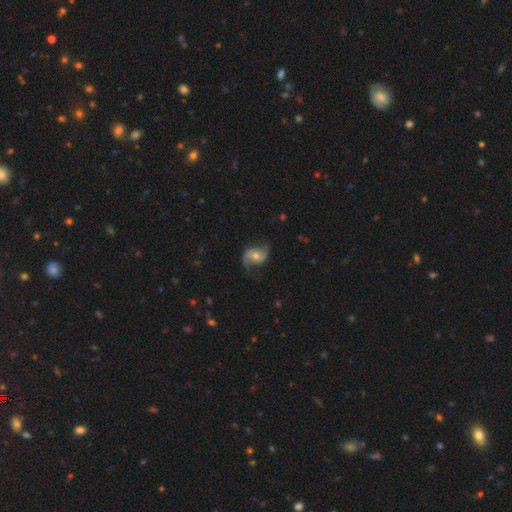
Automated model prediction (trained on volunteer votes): Q: Smooth or featured?
A: featured or disk (70%); runner-up: smooth (23%)
Q: Edge-on disk?
A: no (96%); runner-up: yes (4%)
Q: Bar?
A: no (59%); runner-up: weak (30%)
Q: Spiral arms?
A: yes (91%); runner-up: no (9%)
Q: Spiral winding?
A: loose (62%); runner-up: medium (29%)
Q: Spiral arm count?
A: 2 (90%); runner-up: can't tell (4%)
Q: Bulge size?
A: moderate (62%); runner-up: small (31%)
Q: Merging?
A: none (68%); runner-up: minor disturbance (21%)